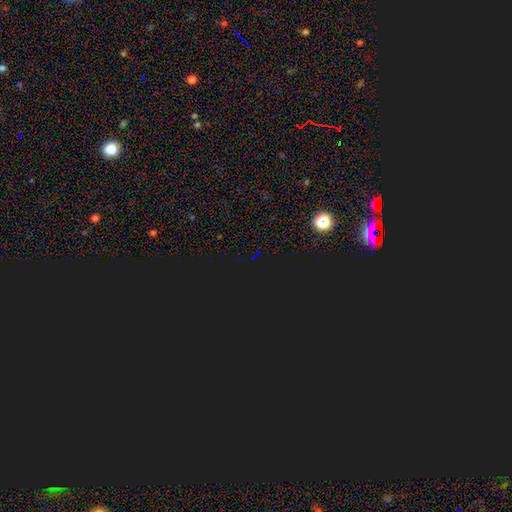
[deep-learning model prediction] smooth_or_featured: star or artifact (p=0.84) [alt: smooth p=0.10]